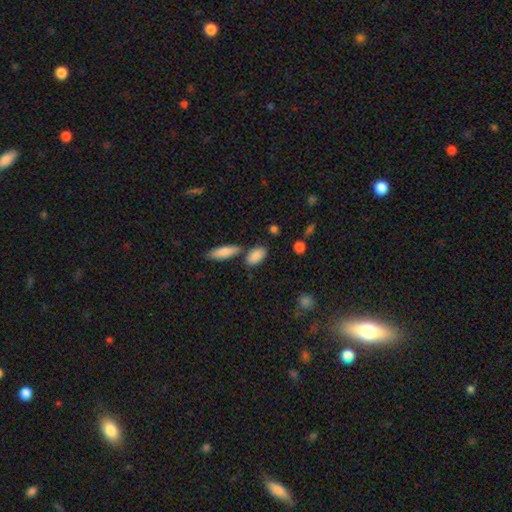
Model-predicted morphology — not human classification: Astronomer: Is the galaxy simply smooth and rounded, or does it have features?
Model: smooth — 86%.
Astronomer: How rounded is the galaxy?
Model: in between — 89%.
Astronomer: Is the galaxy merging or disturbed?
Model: none — 70%.